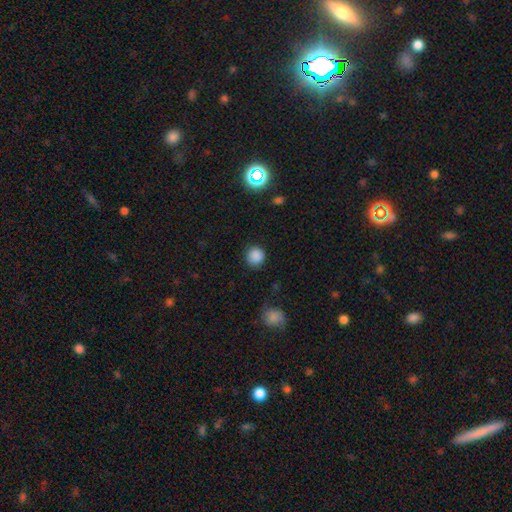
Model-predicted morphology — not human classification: Overall: smooth (85%). How rounded: round (92%). Merging: none (87%).